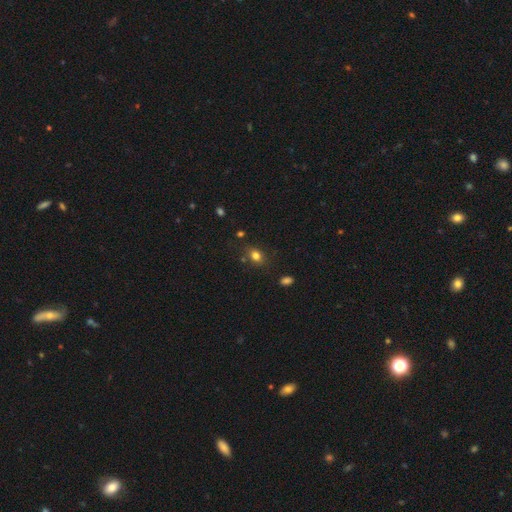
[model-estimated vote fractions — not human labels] Overall: smooth (79%). How rounded: in between (58%; round 40%). Merging: none (77%).